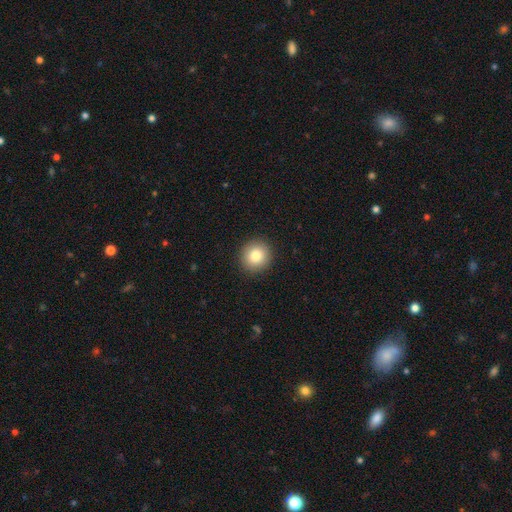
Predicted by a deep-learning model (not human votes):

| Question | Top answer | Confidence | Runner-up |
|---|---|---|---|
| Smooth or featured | smooth | 82% | star or artifact (10%) |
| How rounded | round | 89% | in between (10%) |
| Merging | none | 92% | minor disturbance (6%) |